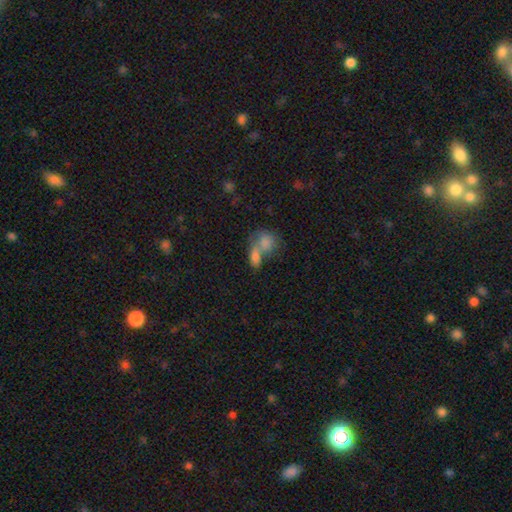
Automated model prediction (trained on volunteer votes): Smooth or featured: smooth — 77% (featured or disk — 13%)
How rounded: in between — 76% (round — 19%)
Merging: merger — 66% (none — 22%)